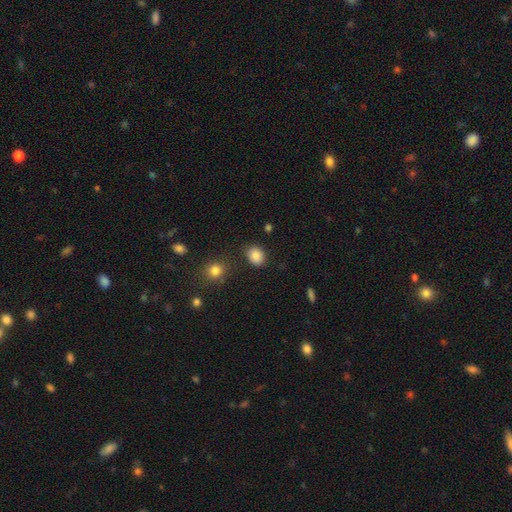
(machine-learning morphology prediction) smooth 87%, star or artifact 9%, featured or disk 4%. Down the decision tree: how rounded — in between (53%); merging — none (83%).